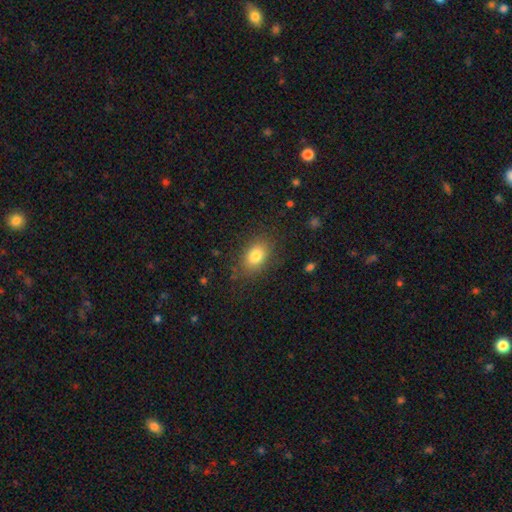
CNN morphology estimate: The model was most divided on "how rounded": in between: 81%, round: 18%, cigar-shaped: 2%. More confident: merging — none (83%); smooth or featured — smooth (81%).